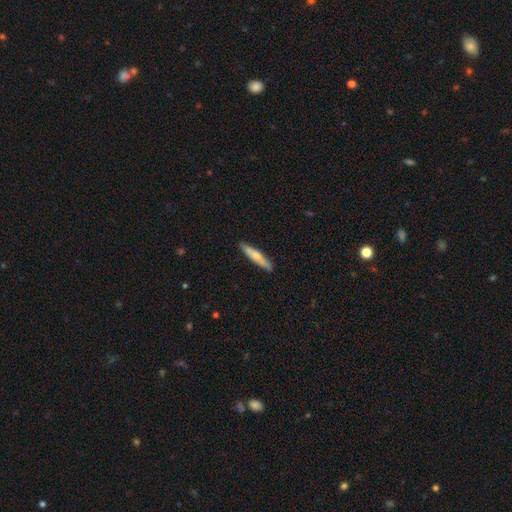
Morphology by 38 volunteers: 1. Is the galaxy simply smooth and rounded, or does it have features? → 74% smooth, 26% featured or disk, 0% star or artifact.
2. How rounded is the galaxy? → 100% cigar-shaped, 0% round, 0% in between.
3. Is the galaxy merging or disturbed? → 84% none, 13% minor disturbance, 3% merger, 0% major disturbance.